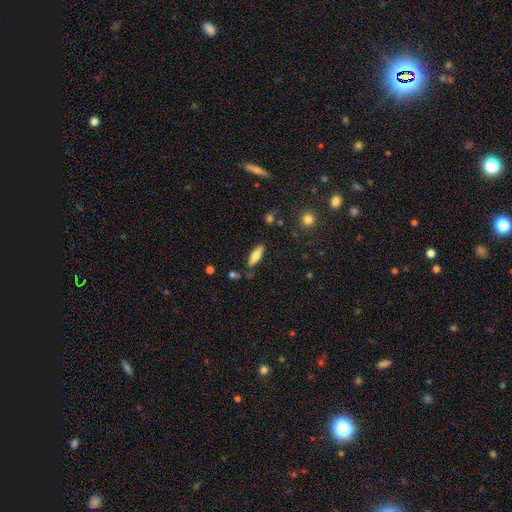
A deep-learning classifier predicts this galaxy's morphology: type=smooth (71%); roundness=in between (54%); merging=none (80%).